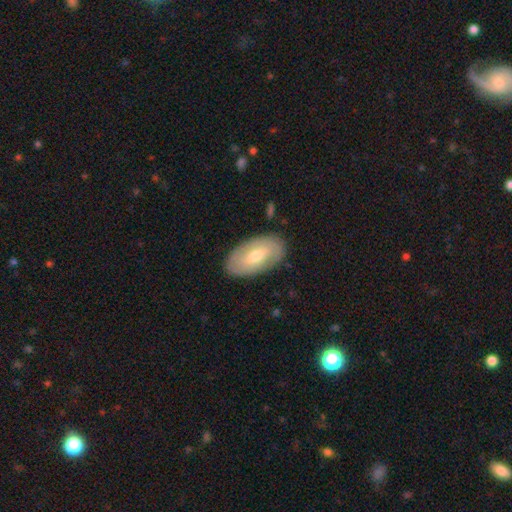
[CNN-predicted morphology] Smooth or featured? Predicted: smooth (p=0.51). How rounded? Predicted: in between (p=0.93). Merging? Predicted: none (p=0.86).